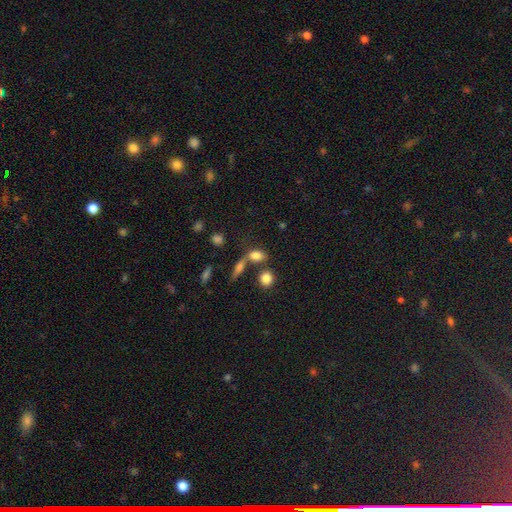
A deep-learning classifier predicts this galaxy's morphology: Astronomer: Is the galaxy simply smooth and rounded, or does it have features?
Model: smooth — 77%.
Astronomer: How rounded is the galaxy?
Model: in between — 74%.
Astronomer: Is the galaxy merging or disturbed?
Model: none — 50% (runner-up: merger, 31%).